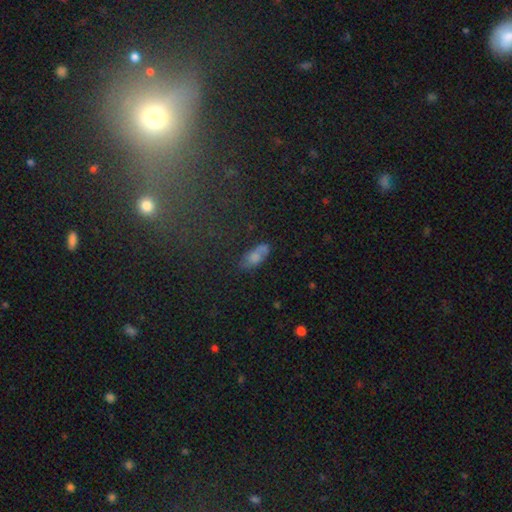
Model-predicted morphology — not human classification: Q: Smooth or featured?
A: smooth (57%); runner-up: featured or disk (30%)
Q: How rounded?
A: in between (84%); runner-up: cigar-shaped (12%)
Q: Merging?
A: none (66%); runner-up: minor disturbance (21%)